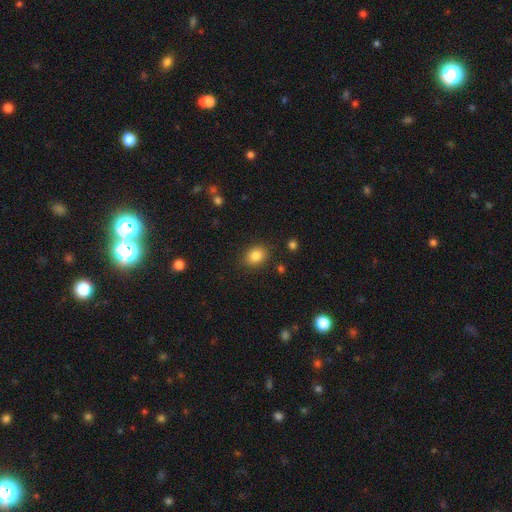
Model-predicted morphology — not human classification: Overall: smooth (84%). How rounded: in between (52%; round 47%). Merging: none (87%).